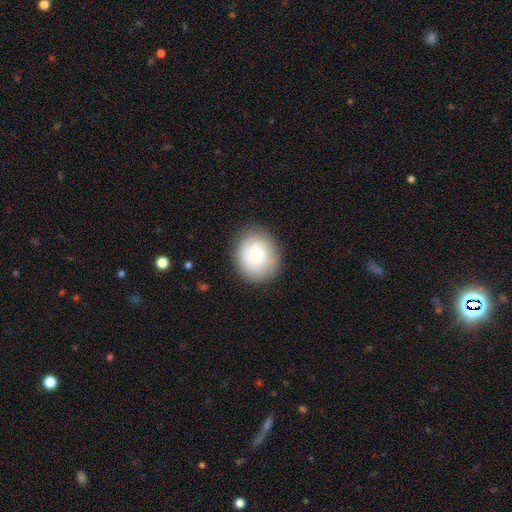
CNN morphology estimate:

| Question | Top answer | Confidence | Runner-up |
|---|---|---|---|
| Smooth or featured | smooth | 70% | featured or disk (22%) |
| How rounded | round | 73% | in between (26%) |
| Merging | none | 83% | minor disturbance (12%) |